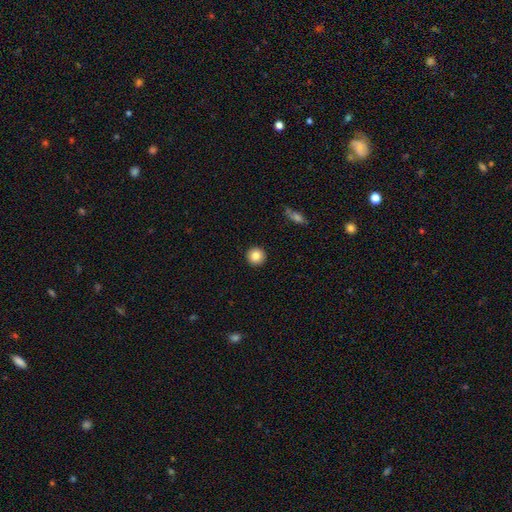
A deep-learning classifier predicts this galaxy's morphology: Smooth or featured?
  - smooth: 84% *
  - star or artifact: 9%
  - featured or disk: 7%
How rounded?
  - round: 95% *
  - in between: 4%
  - cigar-shaped: 1%
Merging?
  - none: 93% *
  - minor disturbance: 5%
  - major disturbance: 1%
  - merger: 1%